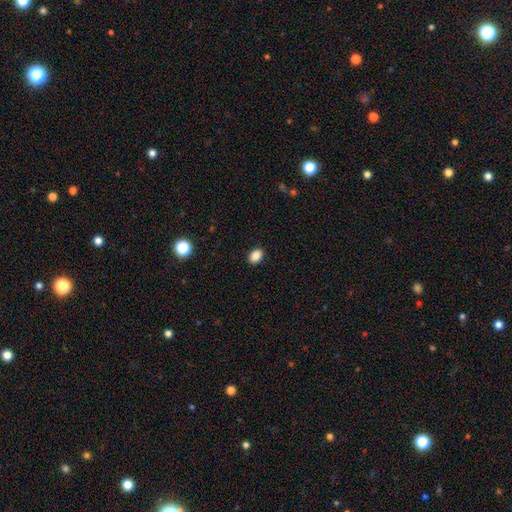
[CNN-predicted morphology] smooth 88%, star or artifact 10%, featured or disk 3%. Down the decision tree: how rounded — in between (71%); merging — none (90%).